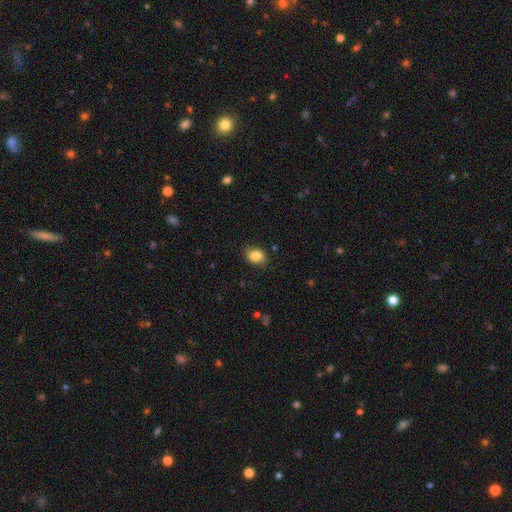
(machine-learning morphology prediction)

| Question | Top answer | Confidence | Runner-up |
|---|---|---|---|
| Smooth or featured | smooth | 85% | star or artifact (9%) |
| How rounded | in between | 67% | round (32%) |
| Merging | none | 82% | minor disturbance (14%) |